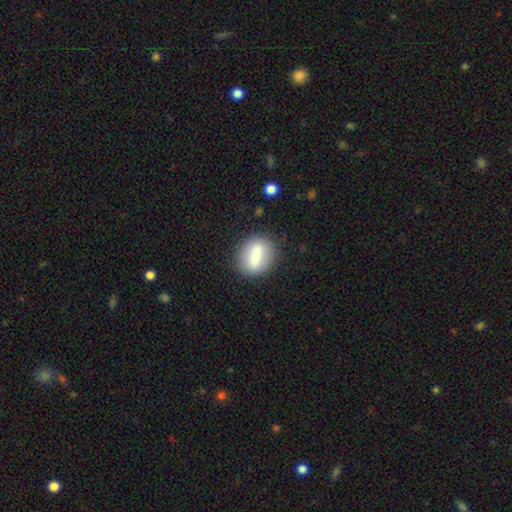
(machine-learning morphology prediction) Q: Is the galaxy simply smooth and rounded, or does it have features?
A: smooth — 72%.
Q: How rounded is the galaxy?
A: in between — 53%.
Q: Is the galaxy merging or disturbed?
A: none — 82%.